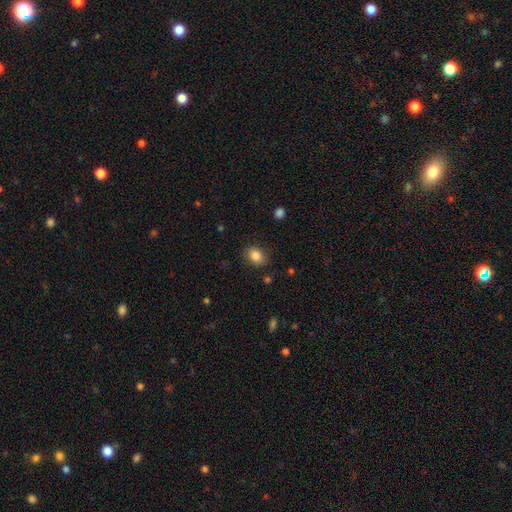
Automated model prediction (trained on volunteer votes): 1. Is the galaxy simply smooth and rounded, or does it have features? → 85% smooth, 9% star or artifact, 6% featured or disk.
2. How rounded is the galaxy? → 60% in between, 39% round, 1% cigar-shaped.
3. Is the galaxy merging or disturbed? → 85% none, 11% minor disturbance, 3% major disturbance, 1% merger.